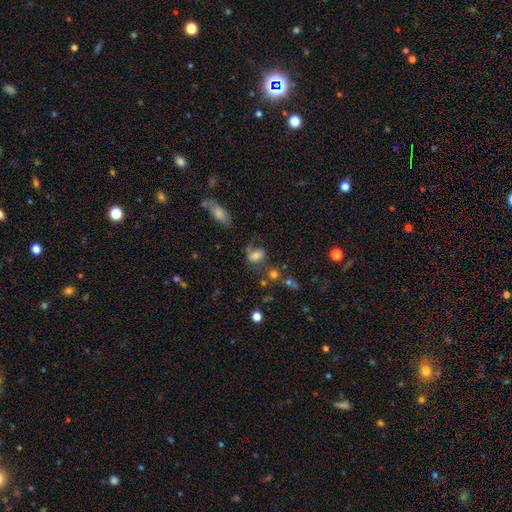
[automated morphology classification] smooth_or_featured: smooth (p=0.58) [alt: featured or disk p=0.30]
how_rounded: in between (p=0.73) [alt: round p=0.24]
merging: none (p=0.45) [alt: minor disturbance p=0.23]